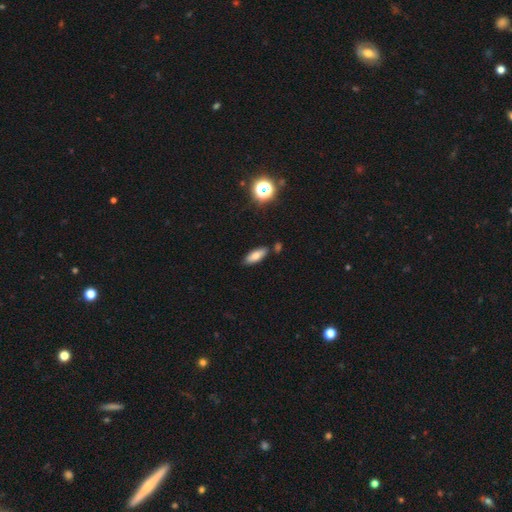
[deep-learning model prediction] smooth 76%, featured or disk 14%, star or artifact 10%. Down the decision tree: how rounded — in between (74%); merging — none (81%).